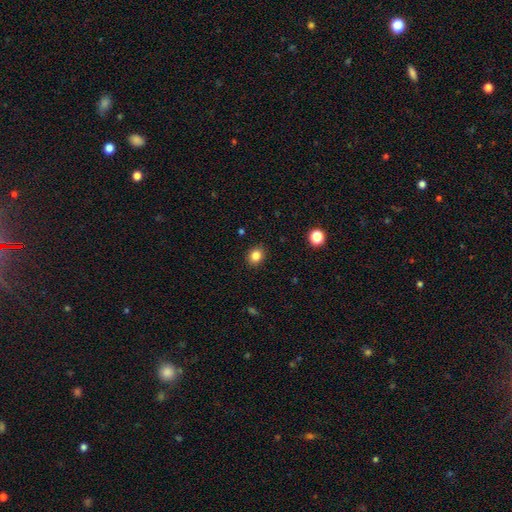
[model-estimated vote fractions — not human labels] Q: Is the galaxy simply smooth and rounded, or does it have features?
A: smooth — 84%.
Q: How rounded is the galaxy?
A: round — 63%.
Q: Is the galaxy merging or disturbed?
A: none — 90%.